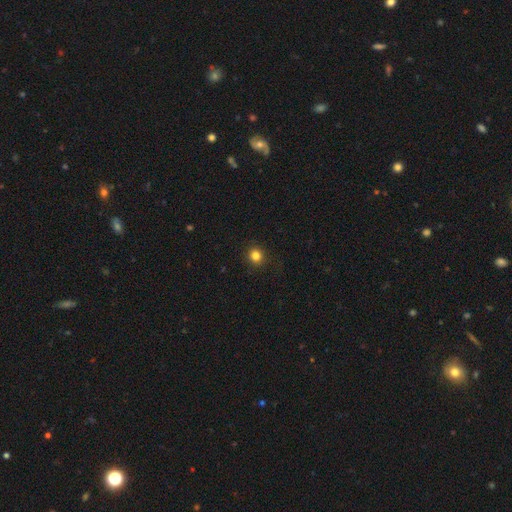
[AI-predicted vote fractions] Overall: smooth (83%). How rounded: round (87%). Merging: none (91%).